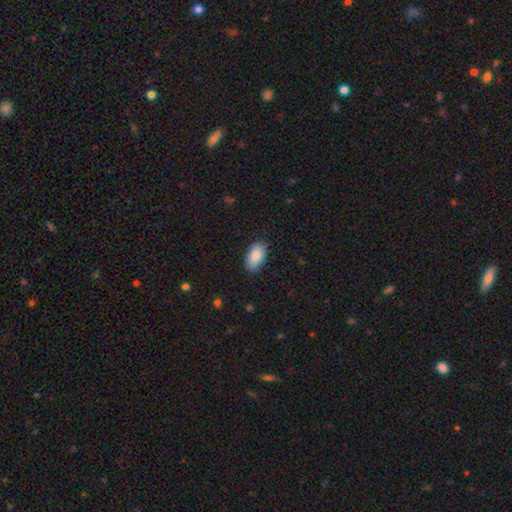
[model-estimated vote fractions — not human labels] Smooth or featured: smooth — 89% (star or artifact — 6%)
How rounded: in between — 94% (round — 3%)
Merging: none — 87% (minor disturbance — 10%)